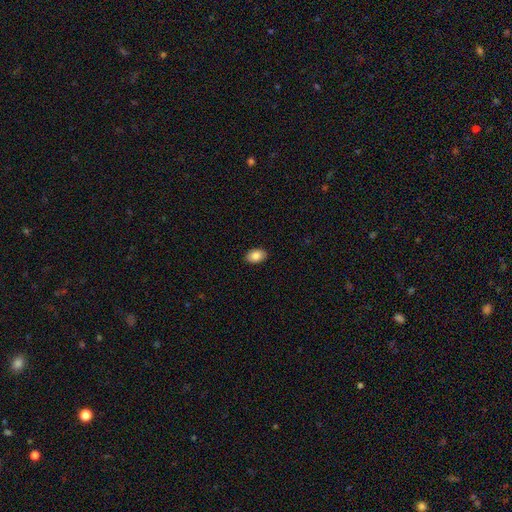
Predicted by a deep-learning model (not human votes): The model was most divided on "how rounded": in between: 88%, round: 11%, cigar-shaped: 1%. More confident: merging — none (90%); smooth or featured — smooth (86%).